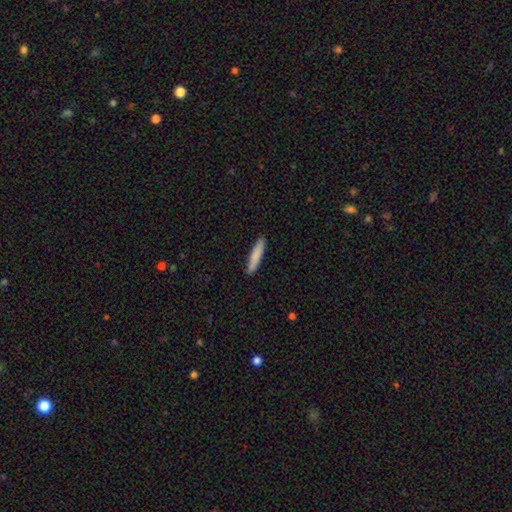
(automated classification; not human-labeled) Smooth or featured? Predicted: smooth (p=0.83). How rounded? Predicted: cigar-shaped (p=0.90). Merging? Predicted: none (p=0.89).